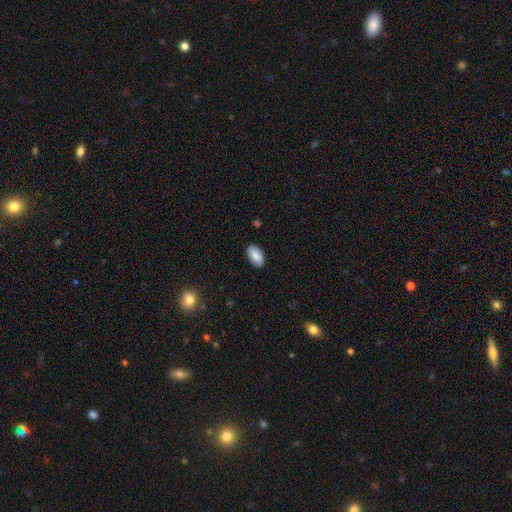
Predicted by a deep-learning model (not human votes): Smooth or featured? smooth (86%)
How rounded? in between (94%)
Merging? none (86%)